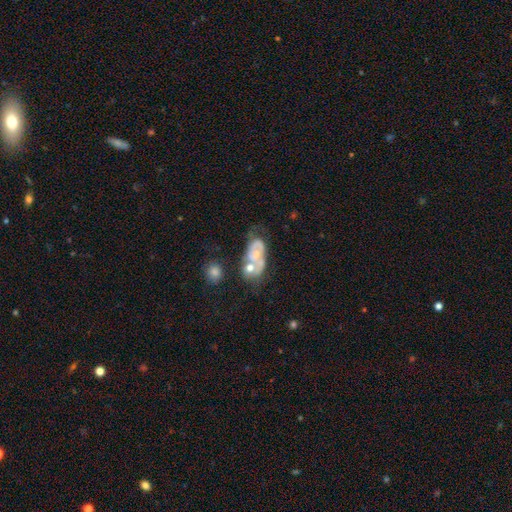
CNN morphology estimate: Q: Smooth or featured?
A: featured or disk (59%); runner-up: smooth (32%)
Q: Edge-on disk?
A: no (96%); runner-up: yes (4%)
Q: Bar?
A: no (81%); runner-up: weak (15%)
Q: Spiral arms?
A: no (56%); runner-up: yes (44%)
Q: Bulge size?
A: small (45%); runner-up: moderate (41%)
Q: Merging?
A: merger (36%); runner-up: none (27%)